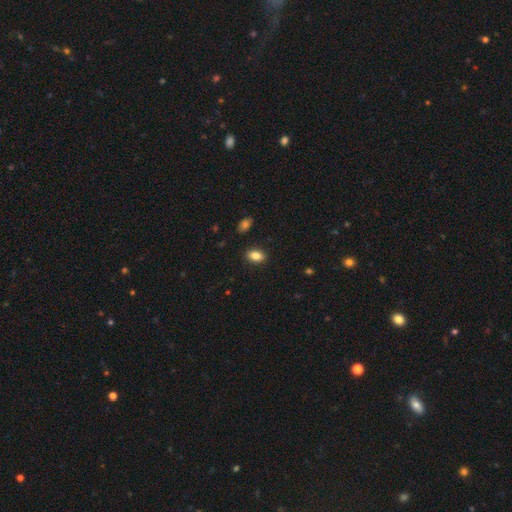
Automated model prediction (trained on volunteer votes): Smooth or featured? Predicted: smooth (p=0.85). How rounded? Predicted: in between (p=0.87). Merging? Predicted: none (p=0.88).